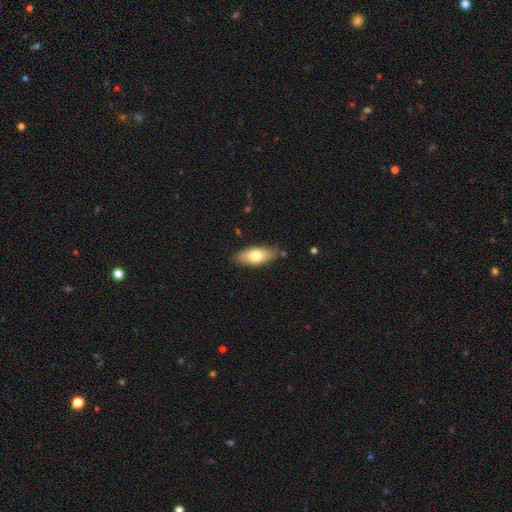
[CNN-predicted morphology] Smooth or featured?
  - smooth: 70% *
  - featured or disk: 24%
  - star or artifact: 6%
How rounded?
  - in between: 80% *
  - cigar-shaped: 17%
  - round: 3%
Merging?
  - none: 82% *
  - minor disturbance: 14%
  - major disturbance: 2%
  - merger: 2%